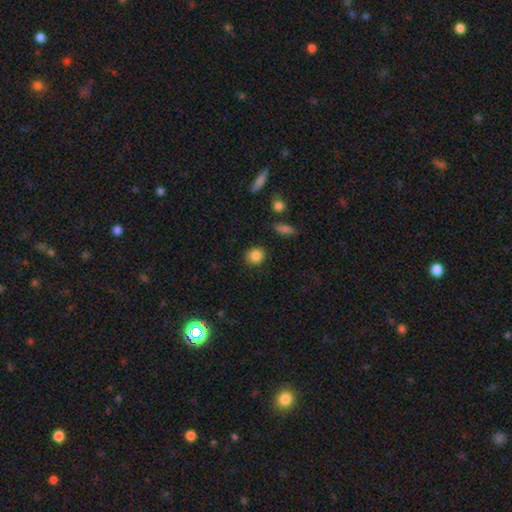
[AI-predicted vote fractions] Smooth or featured? Predicted: smooth (p=0.85). How rounded? Predicted: round (p=0.81). Merging? Predicted: none (p=0.89).